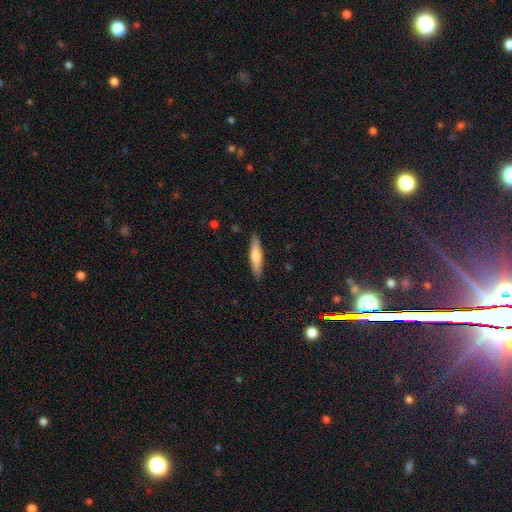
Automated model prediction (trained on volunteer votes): smooth_or_featured: smooth (p=0.64) [alt: featured or disk p=0.30]
how_rounded: cigar-shaped (p=0.82) [alt: in between p=0.16]
merging: none (p=0.89) [alt: minor disturbance p=0.08]